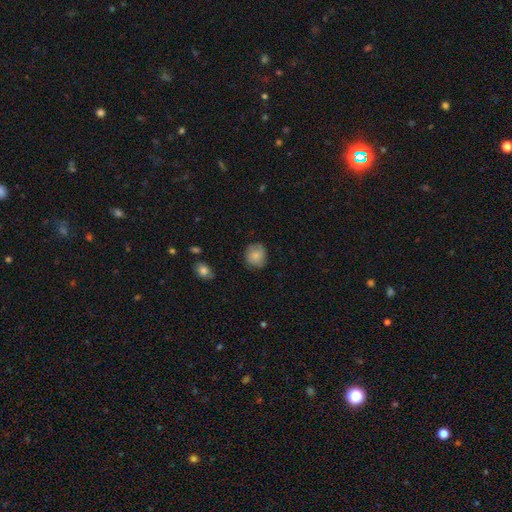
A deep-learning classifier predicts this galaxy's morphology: smooth 77%, featured or disk 16%, star or artifact 7%. Down the decision tree: how rounded — round (77%); merging — none (75%).